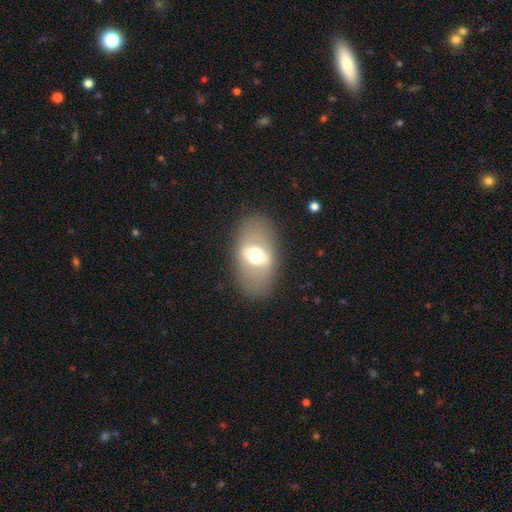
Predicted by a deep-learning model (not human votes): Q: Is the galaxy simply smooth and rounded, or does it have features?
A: smooth — 49%.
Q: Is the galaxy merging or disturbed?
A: none — 82%.